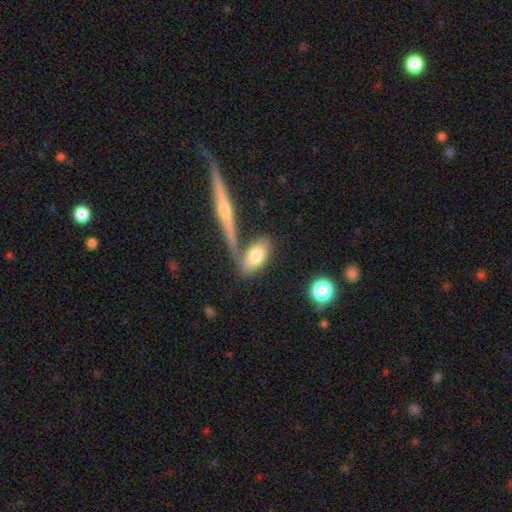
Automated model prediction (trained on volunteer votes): Smooth or featured?
  - smooth: 74% *
  - featured or disk: 19%
  - star or artifact: 7%
How rounded?
  - in between: 83% *
  - cigar-shaped: 11%
  - round: 6%
Merging?
  - none: 57% *
  - merger: 23%
  - minor disturbance: 15%
  - major disturbance: 5%